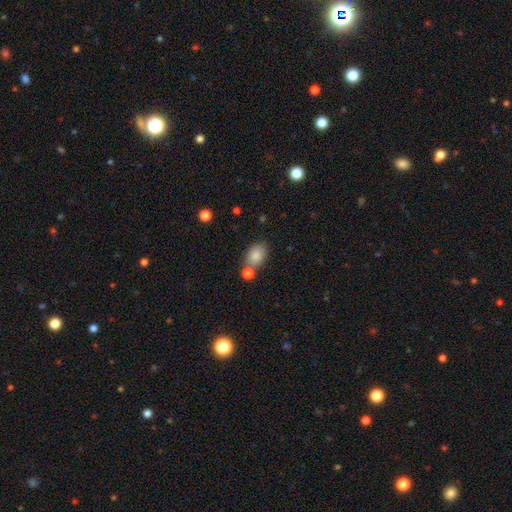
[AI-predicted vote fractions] The model was most divided on "merging": none: 59%, merger: 23%, minor disturbance: 14%, major disturbance: 4%. More confident: smooth or featured — smooth (83%); how rounded — in between (81%).